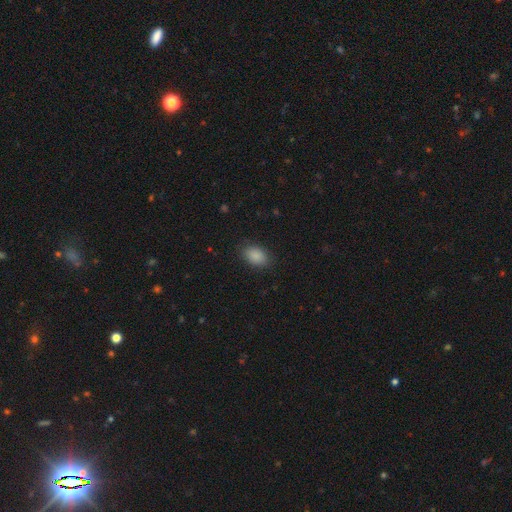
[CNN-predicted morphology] Smooth or featured? Predicted: smooth (p=0.89). How rounded? Predicted: in between (p=0.84). Merging? Predicted: none (p=0.85).